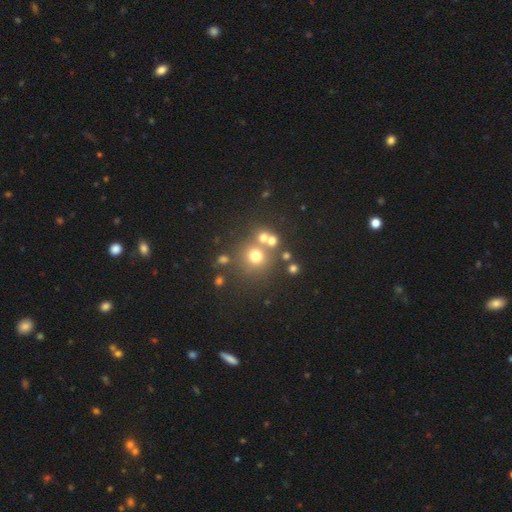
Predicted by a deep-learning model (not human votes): Smooth or featured: smooth — 66% (star or artifact — 21%)
How rounded: round — 90% (in between — 9%)
Merging: none — 63% (merger — 23%)